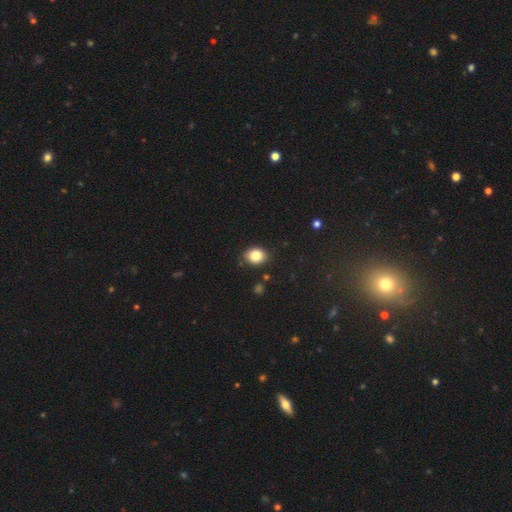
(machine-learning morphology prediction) A smooth galaxy with no disk features (84%) that is round (59%). Merging: none (83%).